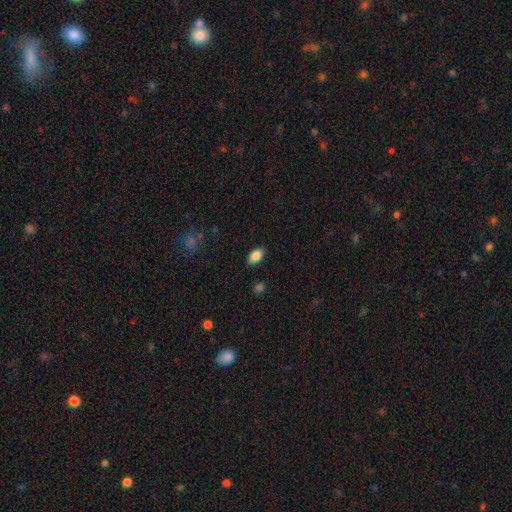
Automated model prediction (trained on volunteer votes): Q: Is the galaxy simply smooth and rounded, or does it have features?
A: smooth — 86%.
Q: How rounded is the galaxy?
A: in between — 91%.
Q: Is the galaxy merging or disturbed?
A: none — 86%.